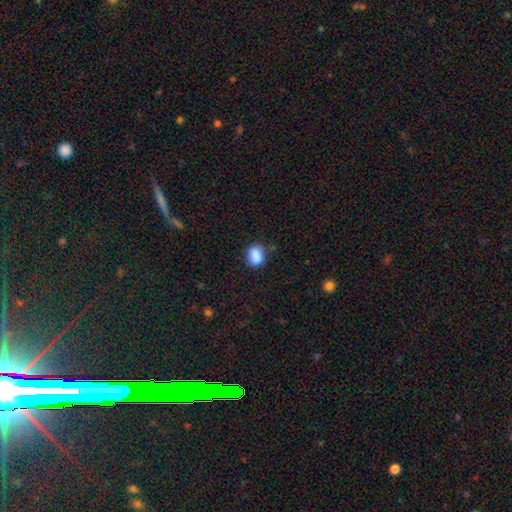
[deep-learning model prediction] smooth 86%, star or artifact 9%, featured or disk 5%. Down the decision tree: how rounded — in between (60%); merging — none (72%).